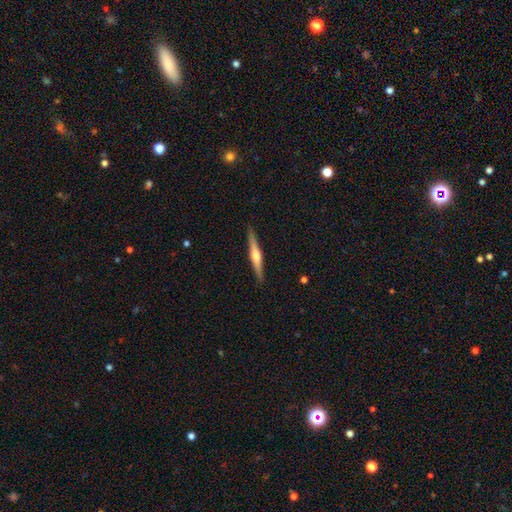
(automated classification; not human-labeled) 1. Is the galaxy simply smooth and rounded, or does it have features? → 68% featured or disk, 27% smooth, 5% star or artifact.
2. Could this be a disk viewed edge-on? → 98% yes, 2% no.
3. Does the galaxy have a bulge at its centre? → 88% rounded, 6% boxy, 6% none.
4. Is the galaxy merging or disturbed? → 90% none, 7% minor disturbance, 1% major disturbance, 1% merger.